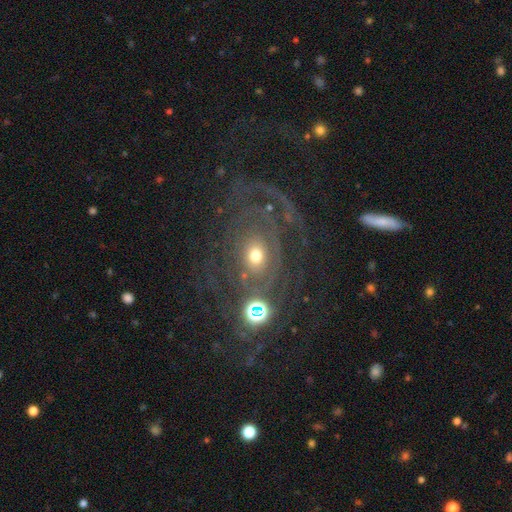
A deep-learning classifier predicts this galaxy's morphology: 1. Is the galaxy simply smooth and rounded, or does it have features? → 71% featured or disk, 16% smooth, 14% star or artifact.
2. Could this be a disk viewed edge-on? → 96% no, 4% yes.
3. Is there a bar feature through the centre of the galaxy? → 82% no, 13% weak, 5% strong.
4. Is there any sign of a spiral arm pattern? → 81% yes, 19% no.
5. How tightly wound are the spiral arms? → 57% tight, 28% medium, 14% loose.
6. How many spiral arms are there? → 36% can't tell, 21% 2, 14% 3, 11% 1, 9% 4, 9% more than 4.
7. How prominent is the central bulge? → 56% moderate, 33% small, 7% large, 2% dominant, 2% none.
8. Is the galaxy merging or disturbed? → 64% none, 18% major disturbance, 15% minor disturbance, 4% merger.